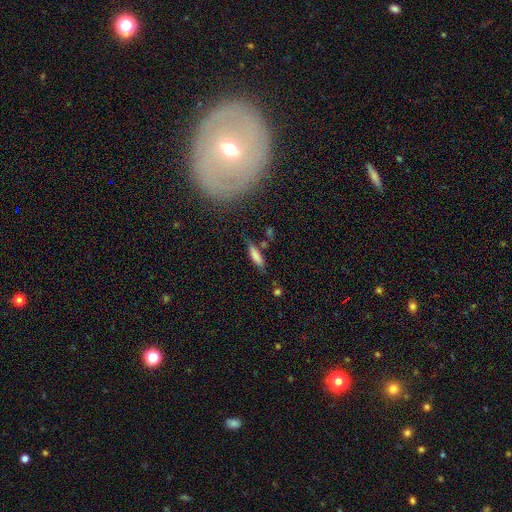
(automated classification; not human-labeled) Morphology: type=smooth (77%); roundness=cigar-shaped (70%); merging=none (69%).